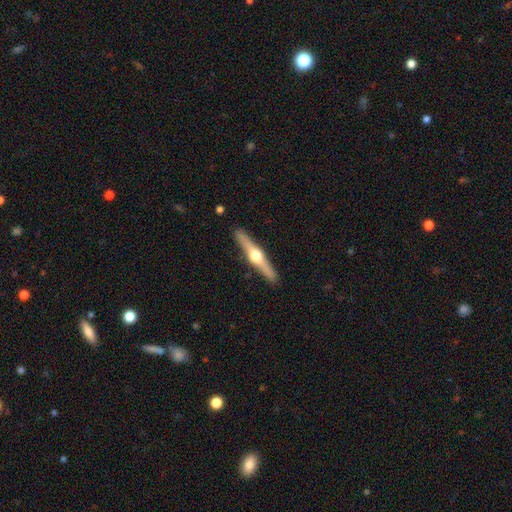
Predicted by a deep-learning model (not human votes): featured or disk 78%, smooth 18%, star or artifact 5%. Down the decision tree: edge-on disk — yes (98%); edge-on bulge — rounded (97%); merging — none (91%).